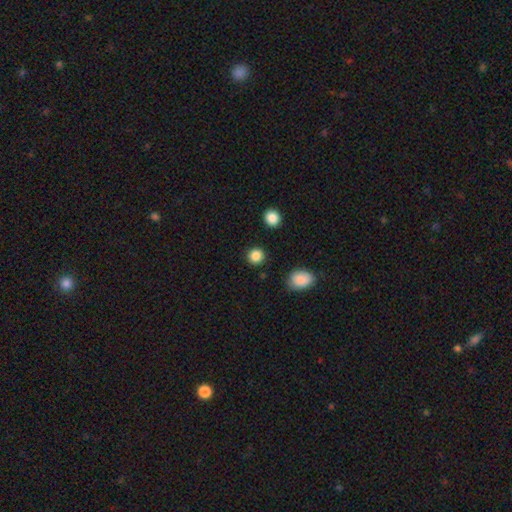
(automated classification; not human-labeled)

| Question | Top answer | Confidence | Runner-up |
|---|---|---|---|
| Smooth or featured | smooth | 86% | star or artifact (10%) |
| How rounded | round | 90% | in between (9%) |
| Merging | none | 90% | minor disturbance (6%) |